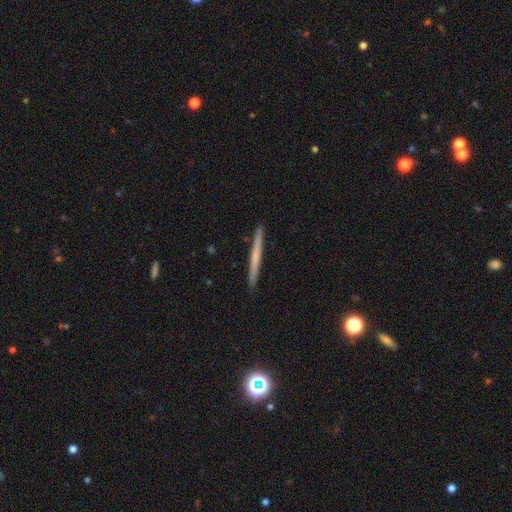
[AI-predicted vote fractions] The model was most divided on "smooth or featured": featured or disk: 50%, smooth: 45%, star or artifact: 6%. More confident: merging — none (92%).